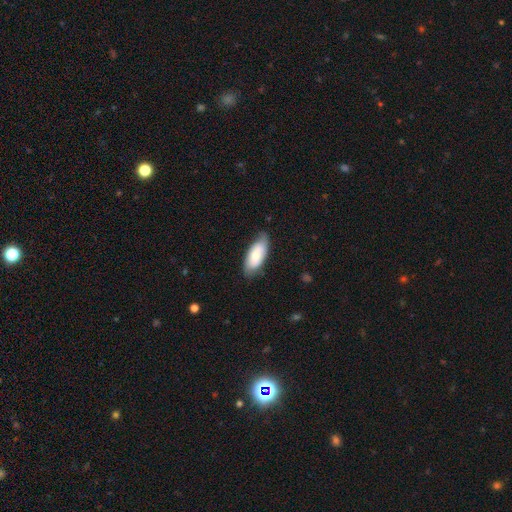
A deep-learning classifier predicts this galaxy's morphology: Q: Smooth or featured?
A: smooth (68%); runner-up: featured or disk (26%)
Q: How rounded?
A: in between (88%); runner-up: cigar-shaped (10%)
Q: Merging?
A: none (71%); runner-up: minor disturbance (23%)